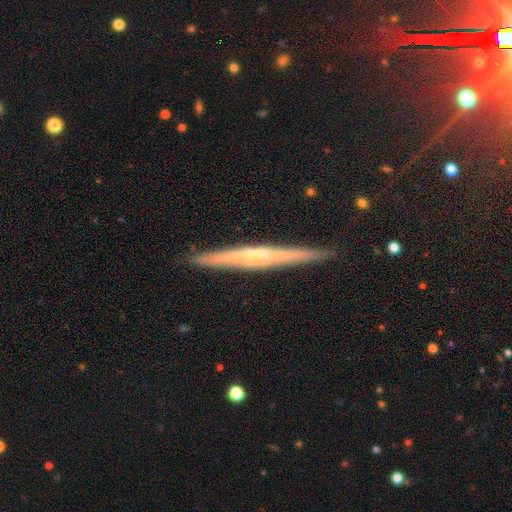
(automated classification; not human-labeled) Smooth or featured?
  - featured or disk: 72% *
  - smooth: 22%
  - star or artifact: 7%
Edge-on disk?
  - yes: 98% *
  - no: 2%
Edge-on bulge?
  - none: 48% *
  - rounded: 42%
  - boxy: 10%
Merging?
  - none: 91% *
  - minor disturbance: 7%
  - major disturbance: 1%
  - merger: 1%